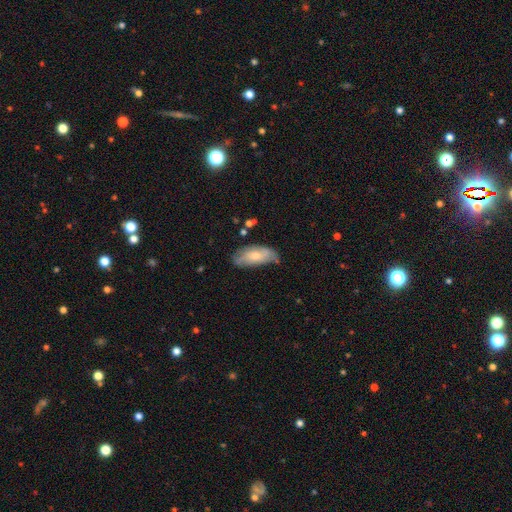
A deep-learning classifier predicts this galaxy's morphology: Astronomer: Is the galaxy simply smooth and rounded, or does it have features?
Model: smooth — 60%.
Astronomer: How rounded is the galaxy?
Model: in between — 86%.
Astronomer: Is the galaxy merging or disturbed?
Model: none — 59%.